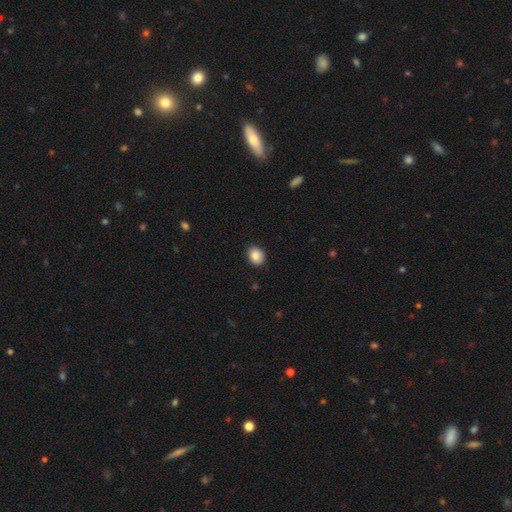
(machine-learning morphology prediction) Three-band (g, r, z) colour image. It shows a smooth galaxy with no disk features (86%) that is round (50%). Merging: none (88%).